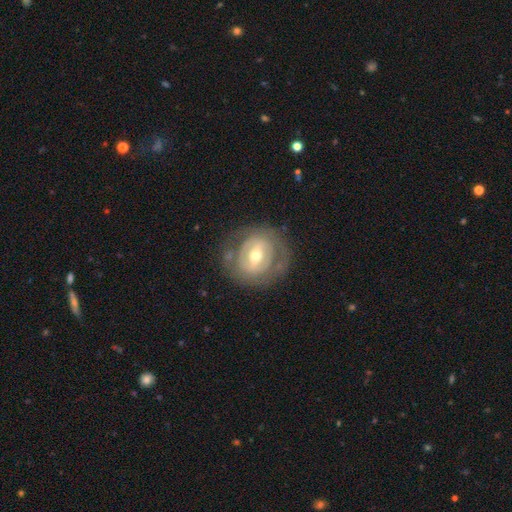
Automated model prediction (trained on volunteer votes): Smooth or featured: featured or disk — 66% (smooth — 26%)
Edge-on disk: no — 95% (yes — 5%)
Bar: weak — 39% (no — 33%)
Spiral arms: no — 51% (yes — 49%)
Bulge size: moderate — 60% (small — 32%)
Merging: none — 77% (minor disturbance — 13%)